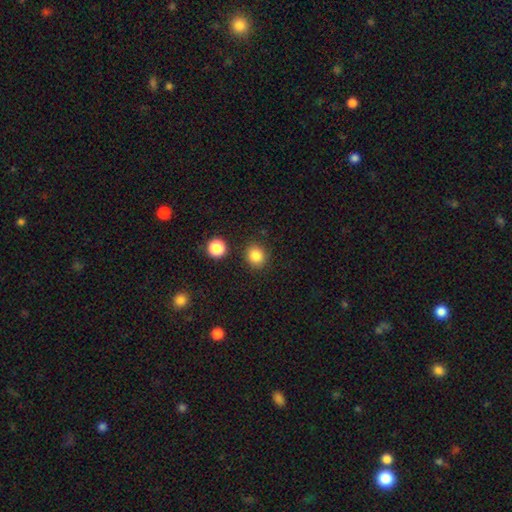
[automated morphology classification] smooth 85%, star or artifact 11%, featured or disk 4%. Down the decision tree: how rounded — round (80%); merging — none (86%).